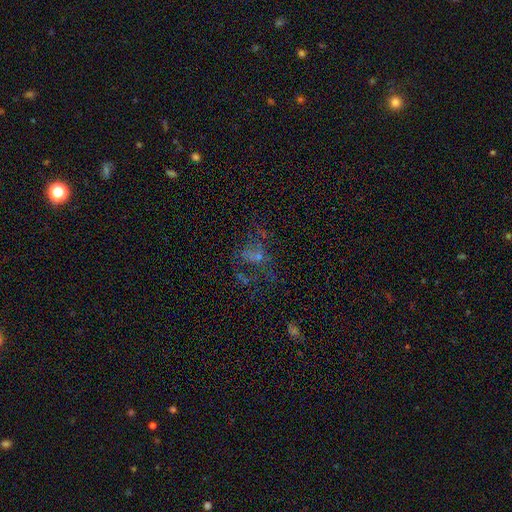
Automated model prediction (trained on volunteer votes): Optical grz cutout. It shows a featured or disk galaxy (39%). Merging: none (40%).